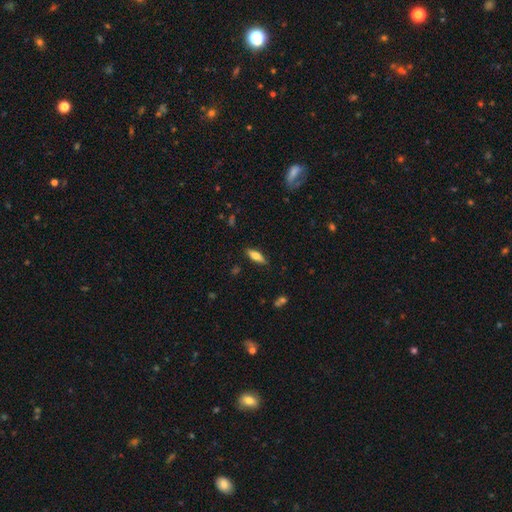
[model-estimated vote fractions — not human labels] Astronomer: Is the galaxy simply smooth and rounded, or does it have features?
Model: smooth — 65%.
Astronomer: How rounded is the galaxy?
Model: in between — 55% (runner-up: cigar-shaped, 43%).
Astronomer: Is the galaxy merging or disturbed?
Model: none — 85%.